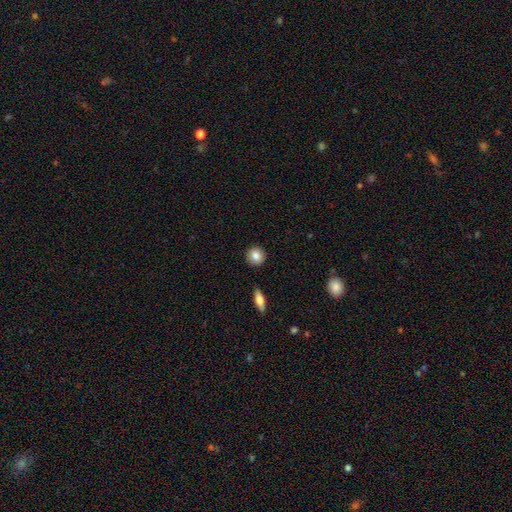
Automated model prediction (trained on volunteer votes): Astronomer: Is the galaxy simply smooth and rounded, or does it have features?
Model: smooth — 85%.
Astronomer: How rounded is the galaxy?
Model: round — 89%.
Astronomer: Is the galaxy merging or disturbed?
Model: none — 91%.